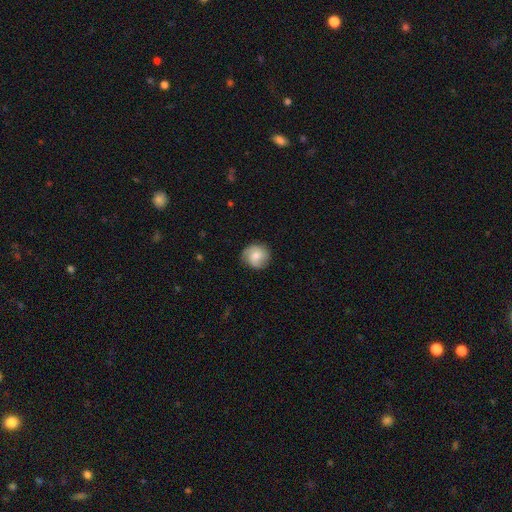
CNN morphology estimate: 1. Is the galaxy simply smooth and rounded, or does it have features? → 61% smooth, 32% featured or disk, 8% star or artifact.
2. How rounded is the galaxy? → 90% round, 9% in between, 1% cigar-shaped.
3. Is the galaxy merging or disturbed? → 81% none, 14% minor disturbance, 4% major disturbance, 1% merger.